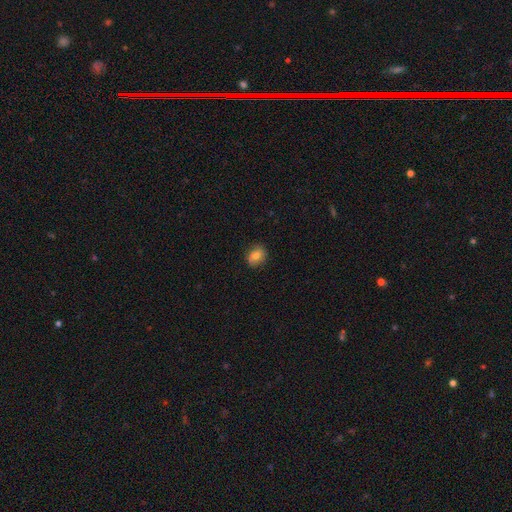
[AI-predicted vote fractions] This appears to be a smooth galaxy with no disk features (75%) that is round (64%). Merging: none (83%).